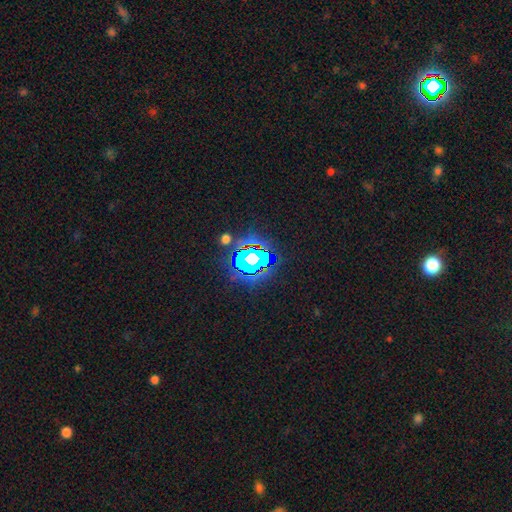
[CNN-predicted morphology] type=star or artifact (76%).